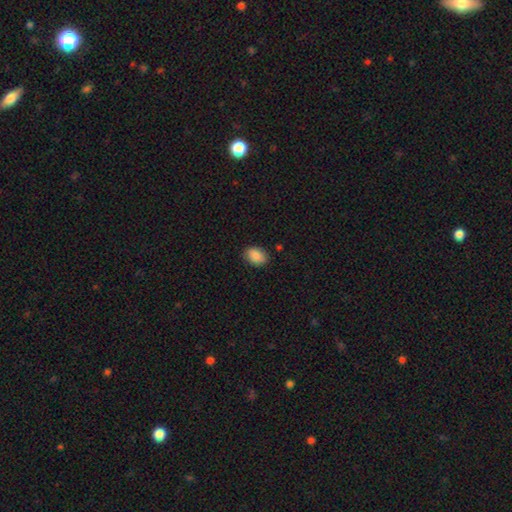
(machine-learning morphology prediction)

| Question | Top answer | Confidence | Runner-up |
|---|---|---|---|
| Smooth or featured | smooth | 88% | star or artifact (8%) |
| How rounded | in between | 80% | round (19%) |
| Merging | none | 85% | minor disturbance (11%) |